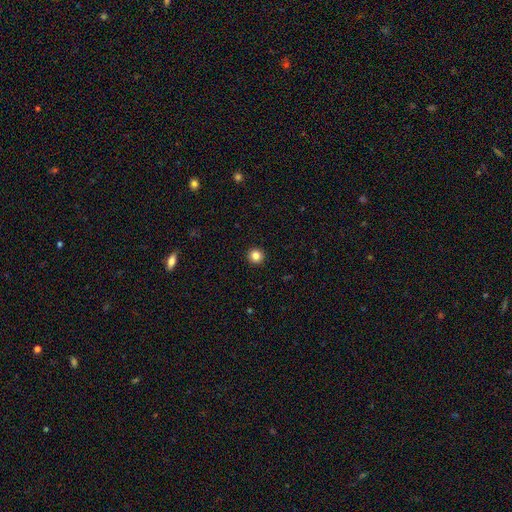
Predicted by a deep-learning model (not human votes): Q: Smooth or featured?
A: smooth (84%); runner-up: star or artifact (11%)
Q: How rounded?
A: round (95%); runner-up: in between (4%)
Q: Merging?
A: none (94%); runner-up: minor disturbance (4%)